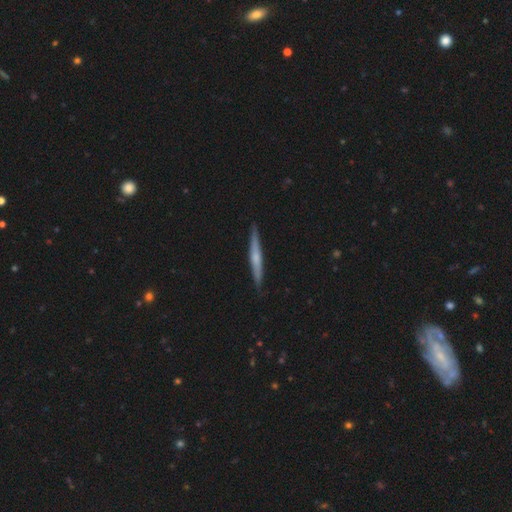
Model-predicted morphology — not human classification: A featured or disk galaxy (58%) viewed edge-on (97%) with a rounded central bulge (51%). Merging: none (90%).